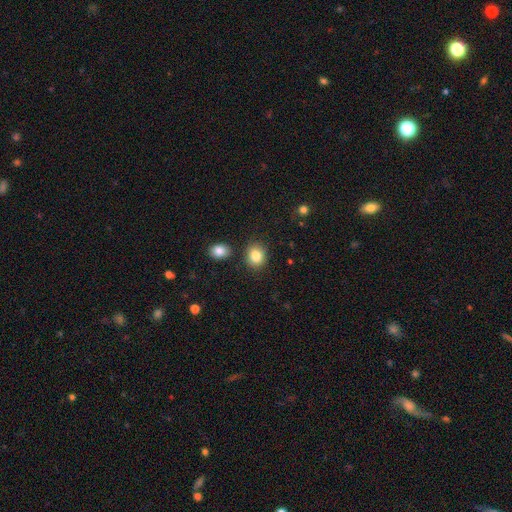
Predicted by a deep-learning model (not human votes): Smooth or featured? Predicted: smooth (p=0.84). How rounded? Predicted: round (p=0.65). Merging? Predicted: none (p=0.83).